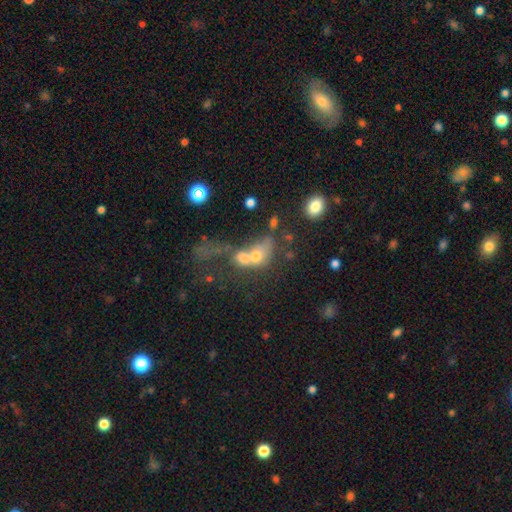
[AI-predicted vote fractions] This is possibly a smooth galaxy (55%). How rounded: possibly in between (56%). Merging: likely merger (68%).